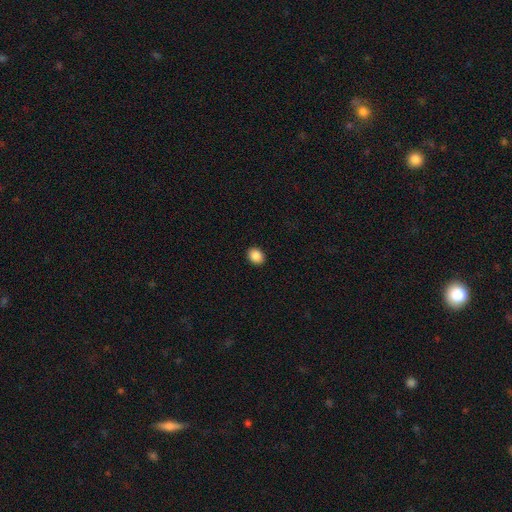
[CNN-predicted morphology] Smooth or featured?
  - smooth: 88% *
  - star or artifact: 9%
  - featured or disk: 3%
How rounded?
  - round: 51% *
  - in between: 48%
  - cigar-shaped: 1%
Merging?
  - none: 92% *
  - minor disturbance: 6%
  - major disturbance: 2%
  - merger: 1%